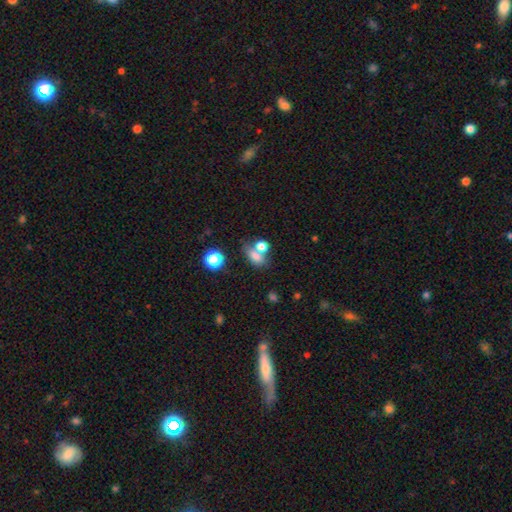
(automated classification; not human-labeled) A smooth galaxy with no disk features (74%) that is in between round and cigar-shaped (70%). Merging: none (42%).